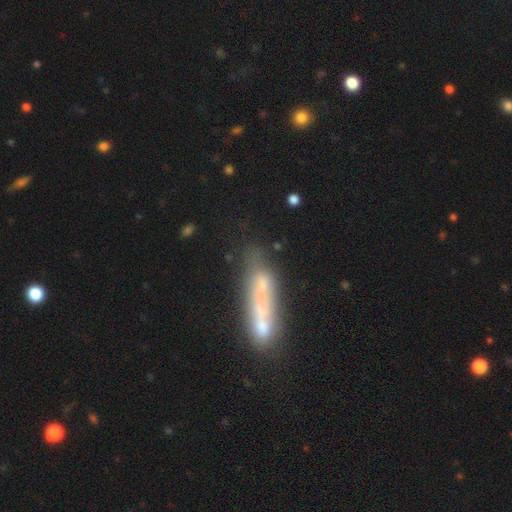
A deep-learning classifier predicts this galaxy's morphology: Overall: smooth (46%; featured or disk 41%). Merging: none (37%; merger 30%).